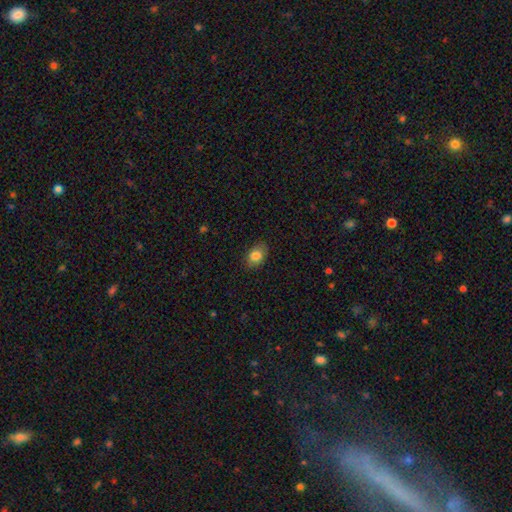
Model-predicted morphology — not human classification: type=smooth (84%); roundness=in between (75%); merging=none (85%).